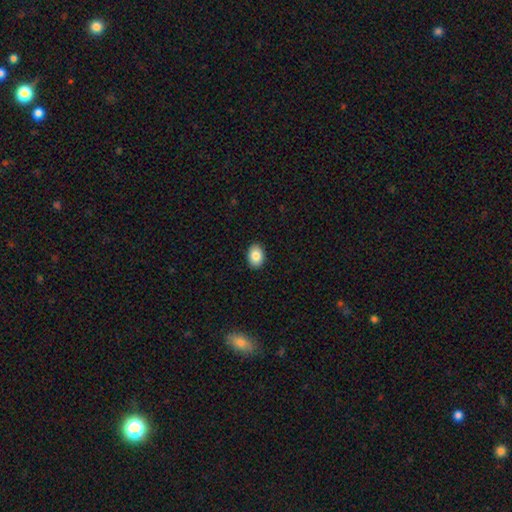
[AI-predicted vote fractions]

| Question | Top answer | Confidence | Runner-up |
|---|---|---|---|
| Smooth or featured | smooth | 85% | star or artifact (8%) |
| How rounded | in between | 77% | round (22%) |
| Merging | none | 91% | minor disturbance (7%) |